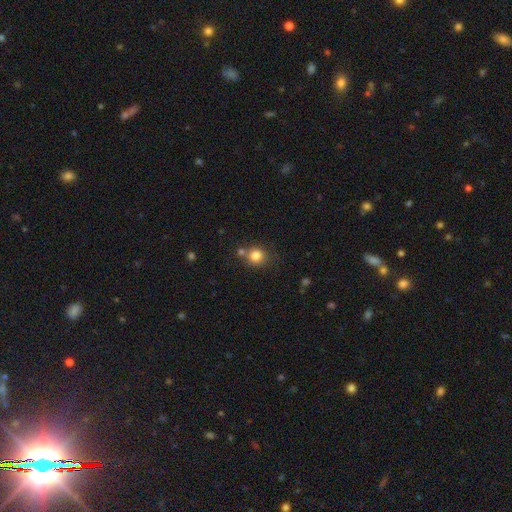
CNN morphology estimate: smooth_or_featured: smooth (p=0.81) [alt: star or artifact p=0.11]
how_rounded: round (p=0.87) [alt: in between p=0.13]
merging: none (p=0.66) [alt: merger p=0.18]